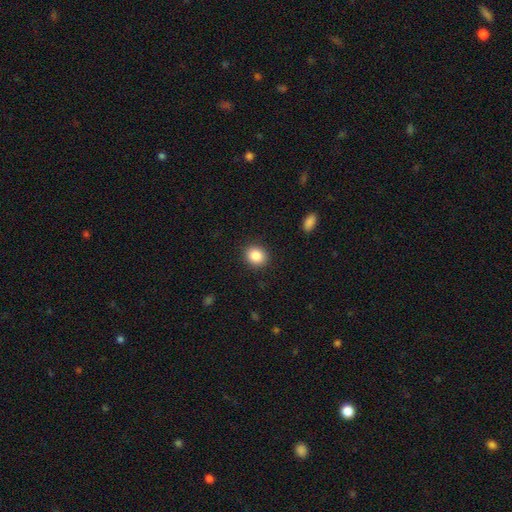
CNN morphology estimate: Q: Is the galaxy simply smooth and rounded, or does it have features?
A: smooth — 87%.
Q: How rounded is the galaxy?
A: round — 74%.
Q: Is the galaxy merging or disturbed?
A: none — 90%.